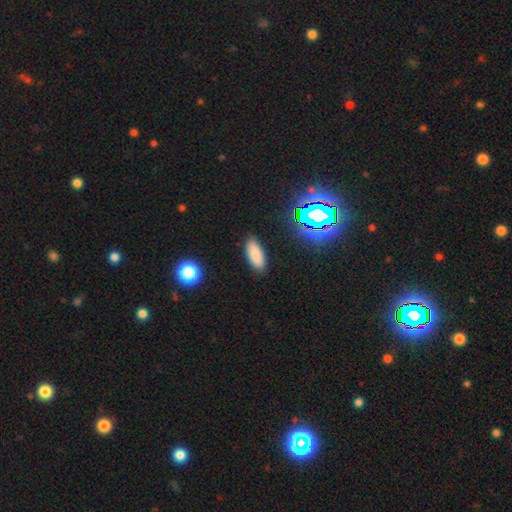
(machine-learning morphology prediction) Smooth or featured? smooth (83%)
How rounded? in between (78%)
Merging? none (87%)